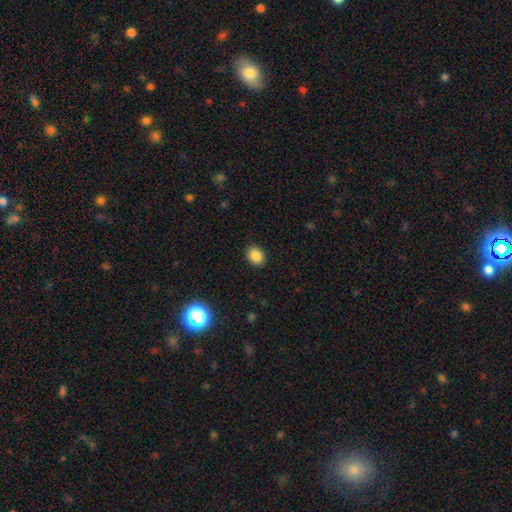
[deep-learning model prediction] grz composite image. It shows a smooth galaxy with no disk features (87%) that is in between round and cigar-shaped (64%). Merging: none (89%).